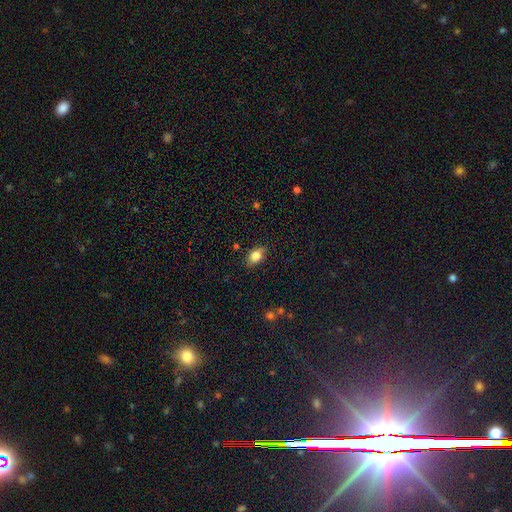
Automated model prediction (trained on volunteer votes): Smooth or featured? smooth (77%)
How rounded? in between (81%)
Merging? none (81%)